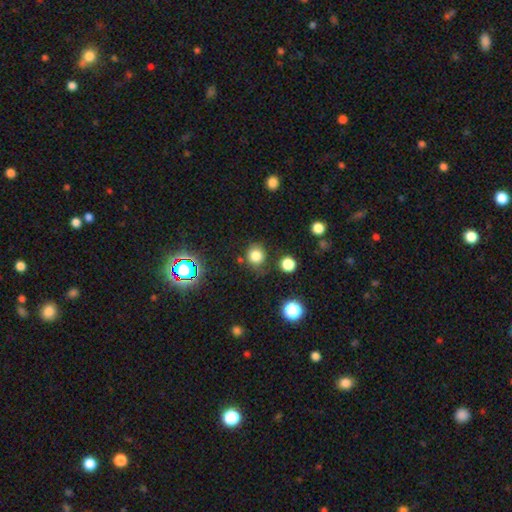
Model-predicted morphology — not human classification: smooth_or_featured: smooth (p=0.79) [alt: star or artifact p=0.15]
how_rounded: round (p=0.81) [alt: in between p=0.18]
merging: none (p=0.77) [alt: minor disturbance p=0.14]